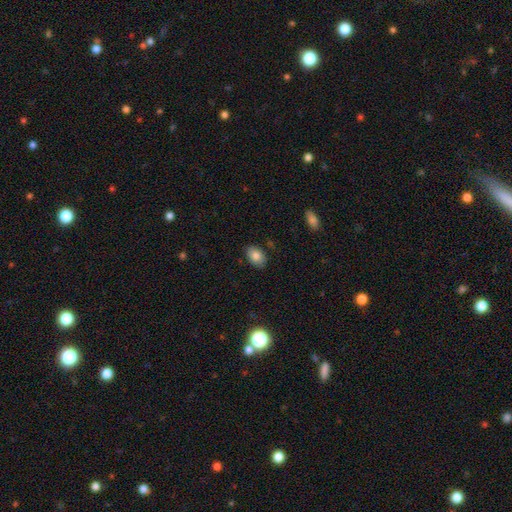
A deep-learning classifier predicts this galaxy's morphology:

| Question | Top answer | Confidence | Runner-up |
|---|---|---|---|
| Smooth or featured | smooth | 83% | featured or disk (9%) |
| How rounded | in between | 85% | round (14%) |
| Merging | none | 84% | minor disturbance (12%) |